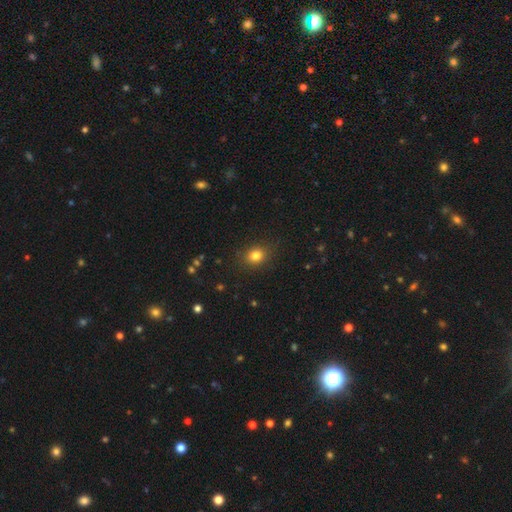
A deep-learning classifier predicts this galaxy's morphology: This appears to be a smooth galaxy with no disk features (81%) that is round (59%). Merging: none (86%).